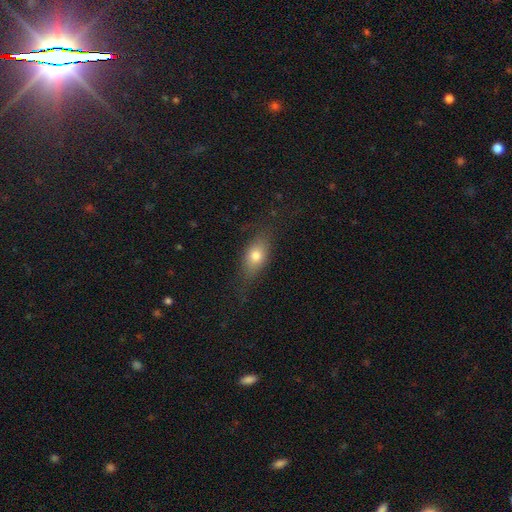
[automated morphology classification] A smooth galaxy with no disk features (72%) that is in between round and cigar-shaped (78%).

Vote fractions:
- Smooth or featured? smooth: 72% / featured or disk: 18% / star or artifact: 9%
- How rounded? in between: 78% / round: 13% / cigar-shaped: 9%
- Merging? none: 70% / minor disturbance: 19% / major disturbance: 9% / merger: 1%